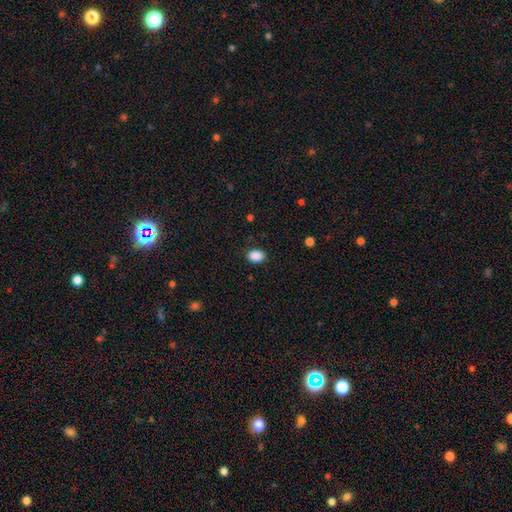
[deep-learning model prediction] The model was most divided on "how rounded": in between: 77%, round: 22%, cigar-shaped: 1%. More confident: smooth or featured — smooth (89%); merging — none (87%).